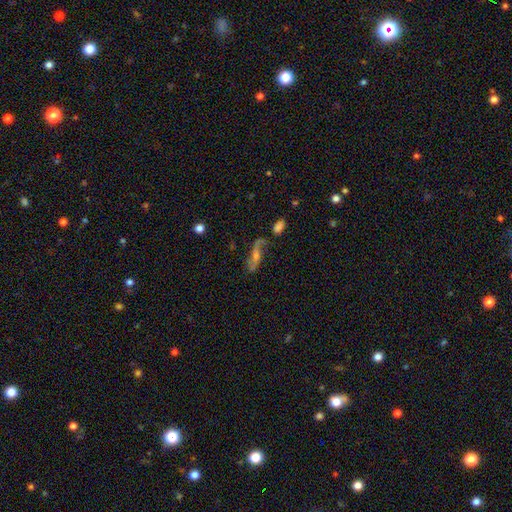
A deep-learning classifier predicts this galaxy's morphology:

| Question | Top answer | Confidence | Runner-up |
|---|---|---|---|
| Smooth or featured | featured or disk | 73% | smooth (18%) |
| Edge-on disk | no | 79% | yes (21%) |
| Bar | no | 51% | weak (32%) |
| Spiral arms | yes | 89% | no (11%) |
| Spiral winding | loose | 70% | medium (21%) |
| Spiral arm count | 2 | 86% | 1 (6%) |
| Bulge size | moderate | 47% | small (41%) |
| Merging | none | 62% | minor disturbance (19%) |